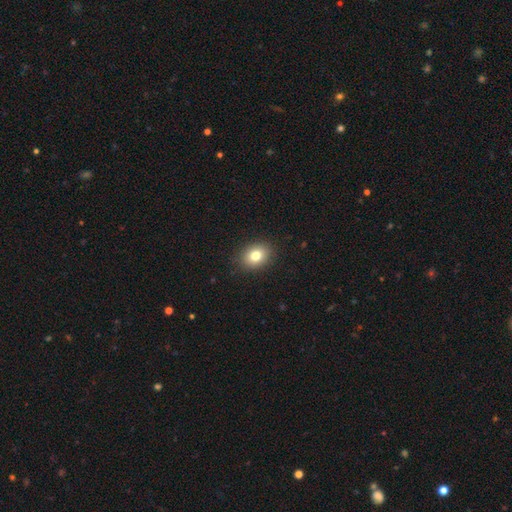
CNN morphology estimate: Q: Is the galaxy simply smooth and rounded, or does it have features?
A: smooth — 80%.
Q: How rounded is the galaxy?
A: in between — 57%.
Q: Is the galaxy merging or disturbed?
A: none — 89%.